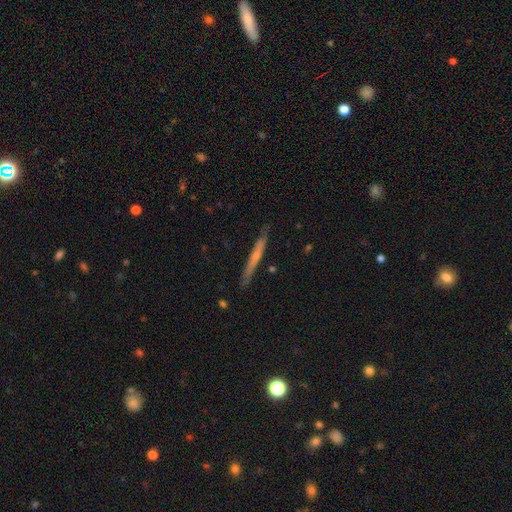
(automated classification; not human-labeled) Smooth or featured: featured or disk — 52% (smooth — 42%)
Edge-on disk: yes — 95% (no — 5%)
Merging: none — 85% (minor disturbance — 11%)